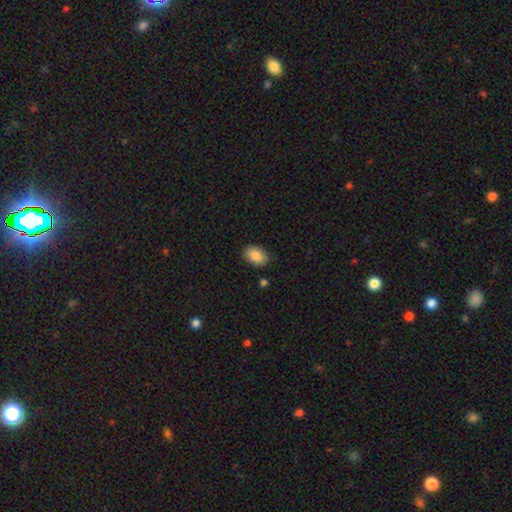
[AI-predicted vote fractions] Smooth or featured: smooth — 86% (star or artifact — 7%)
How rounded: in between — 89% (round — 10%)
Merging: none — 86% (minor disturbance — 10%)